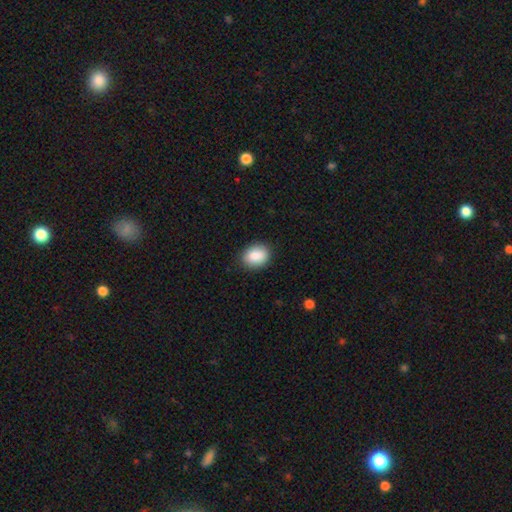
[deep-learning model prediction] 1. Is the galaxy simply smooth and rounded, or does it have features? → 88% smooth, 7% star or artifact, 5% featured or disk.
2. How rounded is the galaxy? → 67% in between, 32% round, 1% cigar-shaped.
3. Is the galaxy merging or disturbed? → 87% none, 10% minor disturbance, 2% major disturbance, 1% merger.